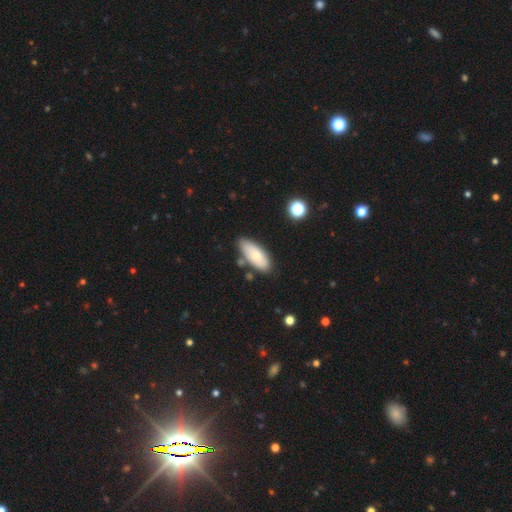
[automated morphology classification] smooth 77%, featured or disk 16%, star or artifact 6%. Down the decision tree: how rounded — in between (81%); merging — none (72%).